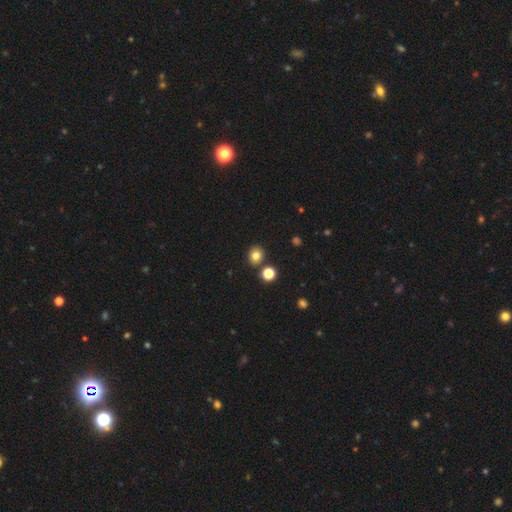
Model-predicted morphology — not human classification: This appears to be a smooth galaxy with no disk features (80%) that is round (74%). Merging: none (83%).